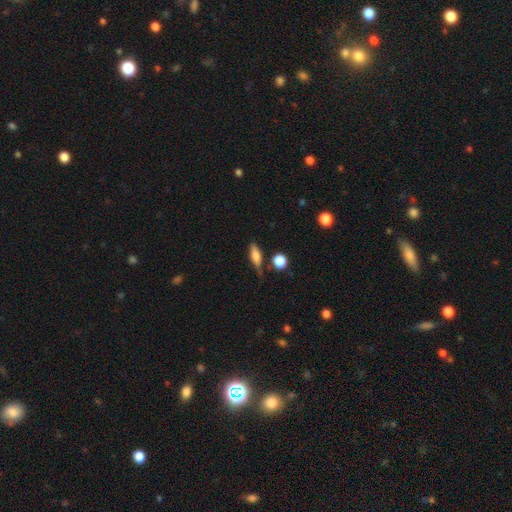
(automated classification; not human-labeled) smooth 66%, featured or disk 26%, star or artifact 9%. Down the decision tree: how rounded — in between (49%); merging — none (67%).